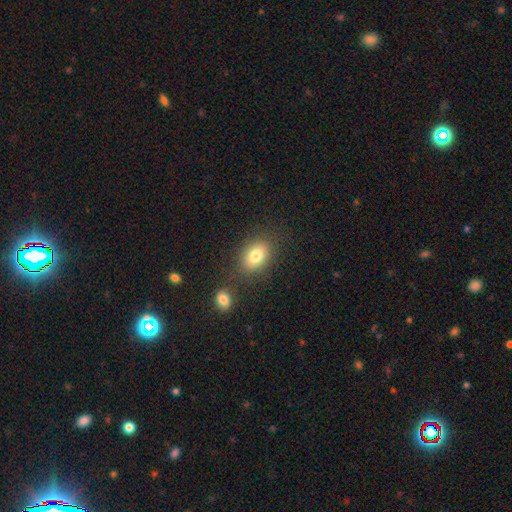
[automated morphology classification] type=smooth (79%); roundness=in between (71%); merging=none (75%).